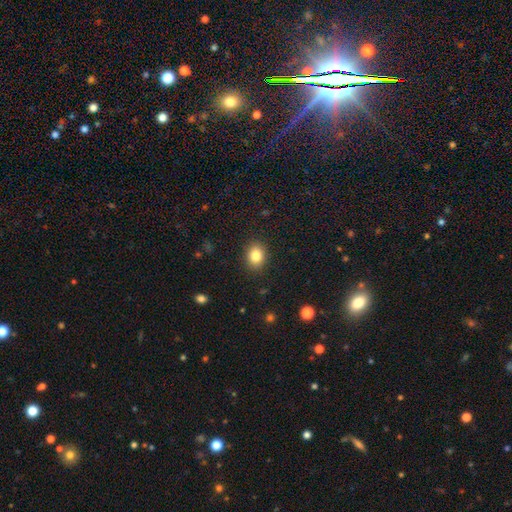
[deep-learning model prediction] A smooth galaxy with no disk features (83%) that is in between round and cigar-shaped (51%).

Vote fractions:
- Smooth or featured? smooth: 83% / star or artifact: 10% / featured or disk: 7%
- How rounded? in between: 51% / round: 48% / cigar-shaped: 1%
- Merging? none: 89% / minor disturbance: 8% / major disturbance: 2% / merger: 1%